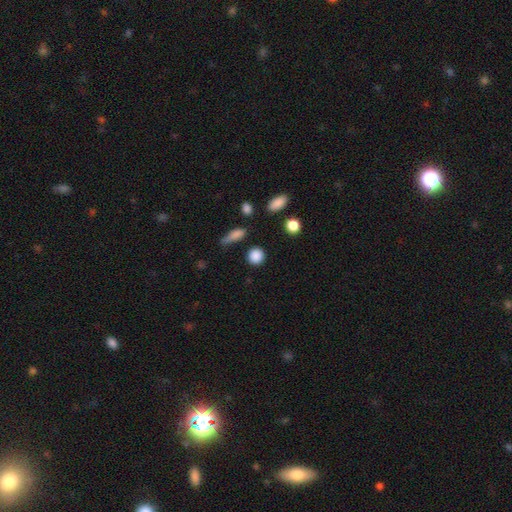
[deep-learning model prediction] smooth_or_featured: smooth (p=0.86) [alt: star or artifact p=0.10]
how_rounded: round (p=0.87) [alt: in between p=0.11]
merging: none (p=0.83) [alt: minor disturbance p=0.10]